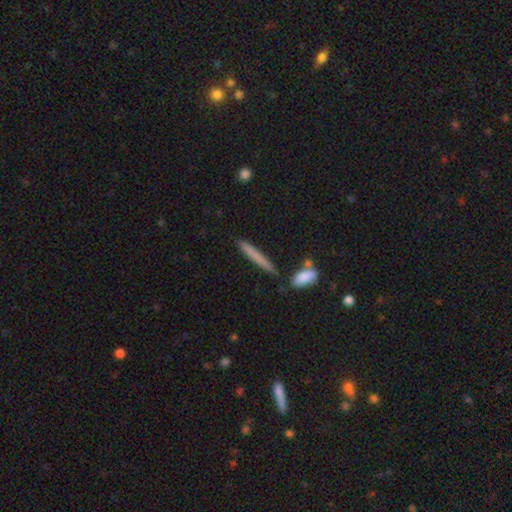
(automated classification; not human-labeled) Overall: smooth (72%). How rounded: cigar-shaped (95%). Merging: none (84%).